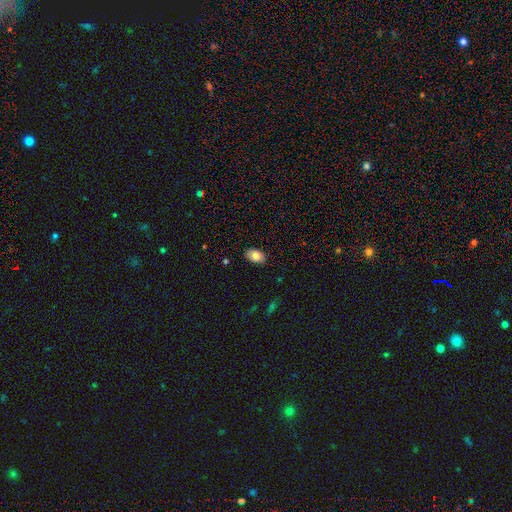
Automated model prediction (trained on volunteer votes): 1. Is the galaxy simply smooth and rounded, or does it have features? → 80% smooth, 12% featured or disk, 8% star or artifact.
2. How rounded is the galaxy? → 90% in between, 9% round, 1% cigar-shaped.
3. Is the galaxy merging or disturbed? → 87% none, 10% minor disturbance, 2% major disturbance, 1% merger.